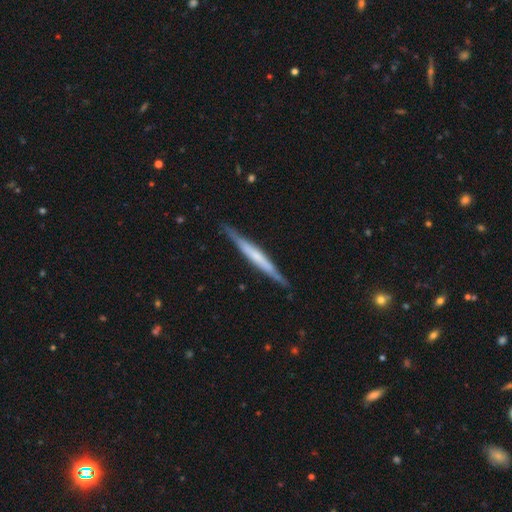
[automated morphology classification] The model was most divided on "smooth or featured": featured or disk: 58%, smooth: 37%, star or artifact: 5%. More confident: edge-on disk — yes (96%); merging — none (86%); edge-on bulge — none (60%).